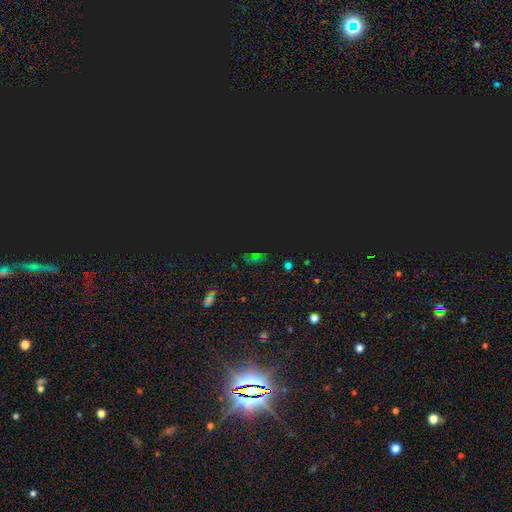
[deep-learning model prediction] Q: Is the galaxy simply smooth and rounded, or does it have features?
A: star or artifact — 64%.